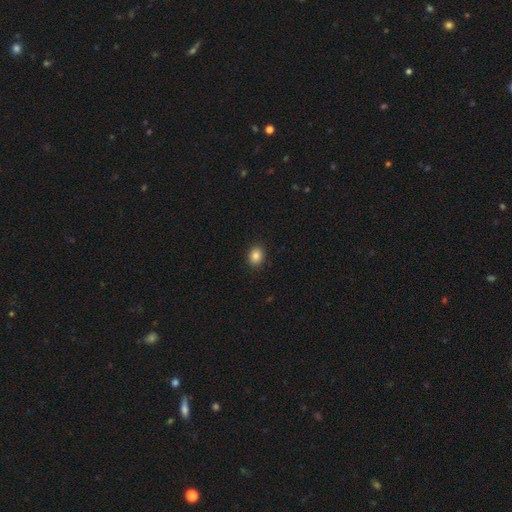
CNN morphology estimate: Overall: smooth (85%). How rounded: in between (51%; round 49%). Merging: none (90%).